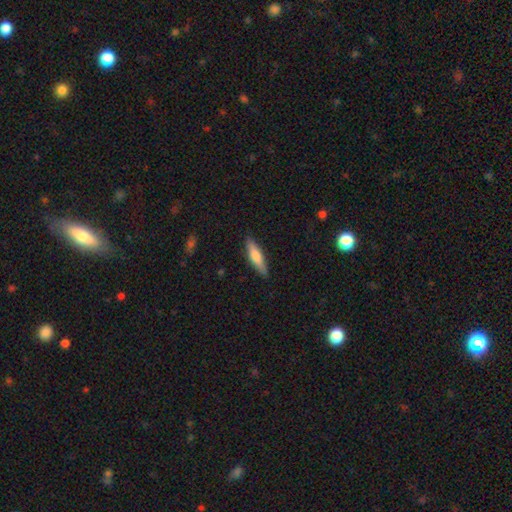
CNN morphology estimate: Q: Smooth or featured?
A: smooth (67%); runner-up: featured or disk (27%)
Q: How rounded?
A: cigar-shaped (75%); runner-up: in between (23%)
Q: Merging?
A: none (87%); runner-up: minor disturbance (10%)